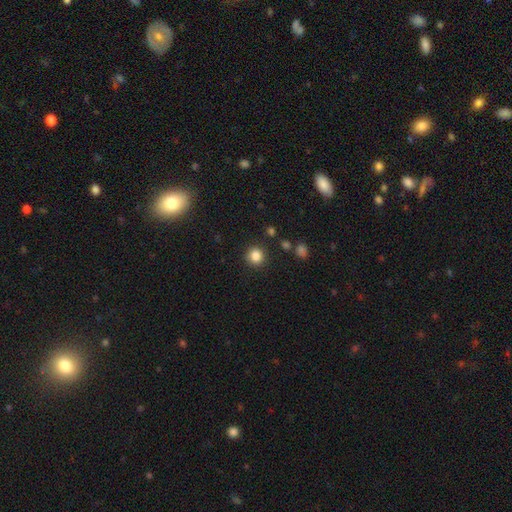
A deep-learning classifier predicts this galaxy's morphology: The model was most divided on "smooth or featured": smooth: 84%, star or artifact: 11%, featured or disk: 4%. More confident: how rounded — round (90%); merging — none (87%).